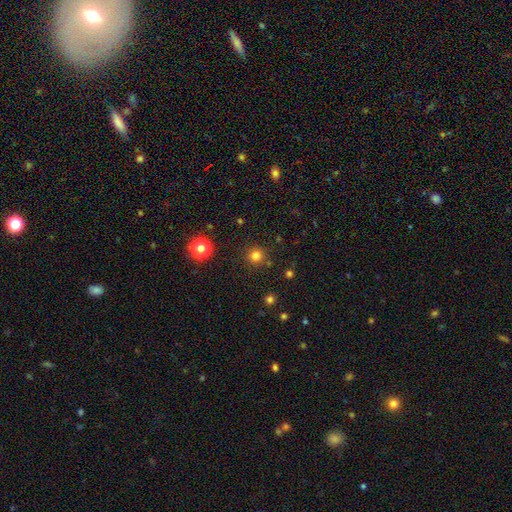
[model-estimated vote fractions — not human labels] Smooth or featured? smooth (79%)
How rounded? round (95%)
Merging? none (88%)